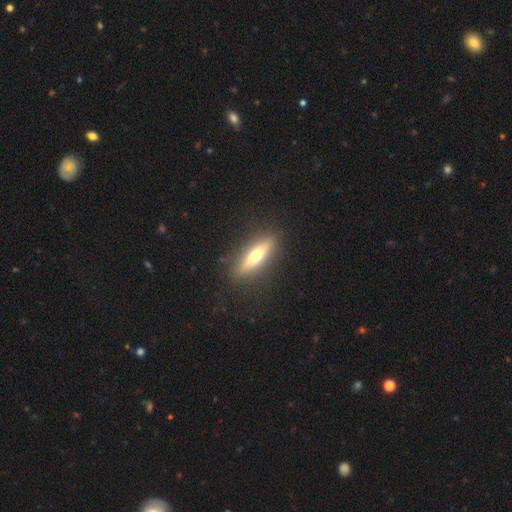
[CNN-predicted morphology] Smooth or featured? smooth (52%)
How rounded? cigar-shaped (64%)
Merging? none (88%)